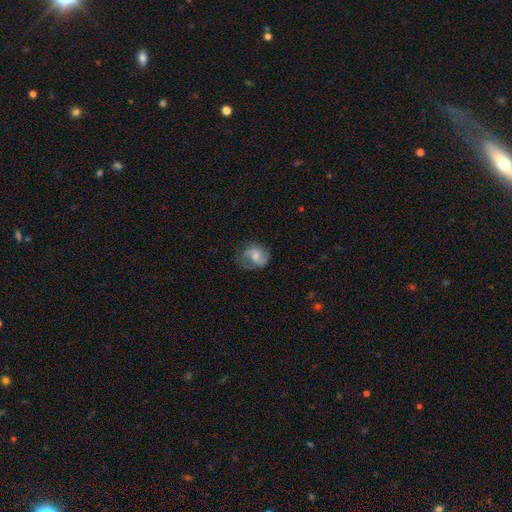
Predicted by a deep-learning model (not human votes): Smooth or featured? featured or disk (57%)
Edge-on disk? no (97%)
Bar? no (45%)
Spiral arms? yes (85%)
Bulge size? moderate (52%)
Merging? none (60%)